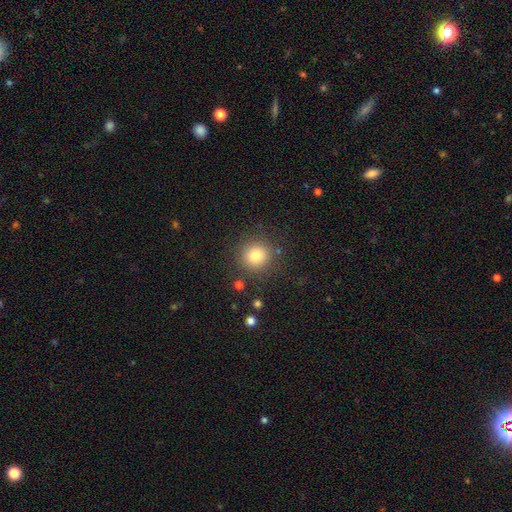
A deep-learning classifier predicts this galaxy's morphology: A smooth galaxy with no disk features (80%) that is round (92%). Merging: none (86%).